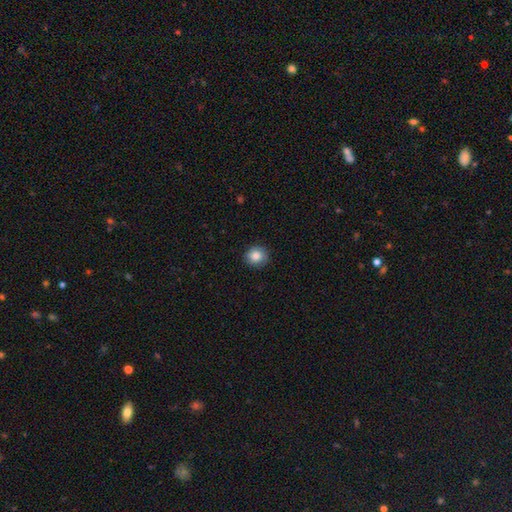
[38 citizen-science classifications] smooth_or_featured: smooth (p=0.82) [alt: featured or disk p=0.11]
how_rounded: round (p=0.87) [alt: in between p=0.13]
merging: none (p=0.83) [alt: minor disturbance p=0.14]